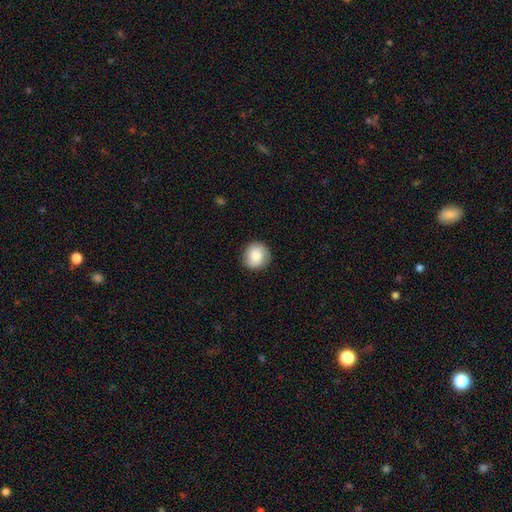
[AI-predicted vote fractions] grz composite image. It shows a smooth galaxy with no disk features (81%) that is round (92%). Merging: none (88%).